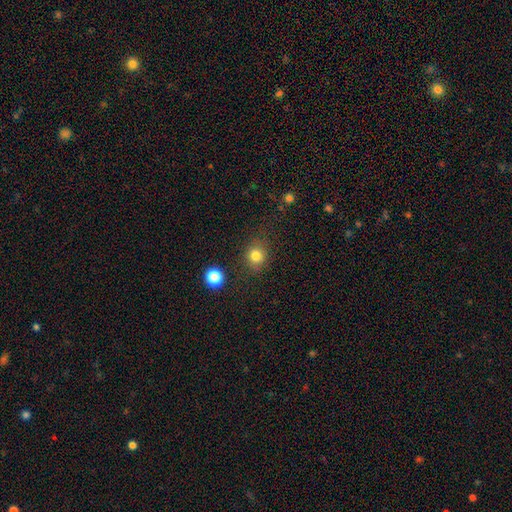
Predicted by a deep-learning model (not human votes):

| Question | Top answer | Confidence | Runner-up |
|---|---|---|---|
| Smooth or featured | smooth | 81% | star or artifact (13%) |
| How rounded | round | 85% | in between (14%) |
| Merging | none | 82% | minor disturbance (11%) |